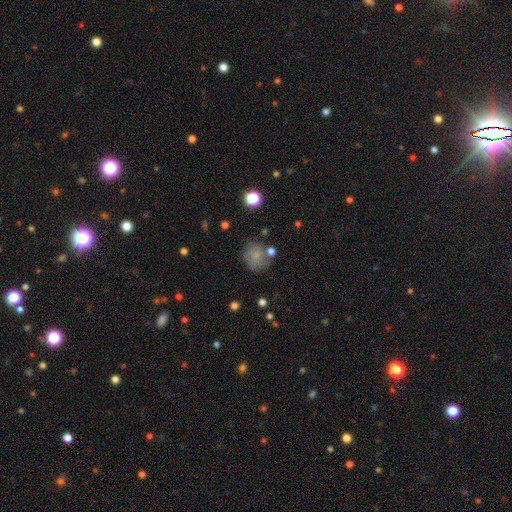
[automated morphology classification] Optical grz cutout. It shows a smooth galaxy with no disk features (76%) that is round (80%). Merging: none (67%).